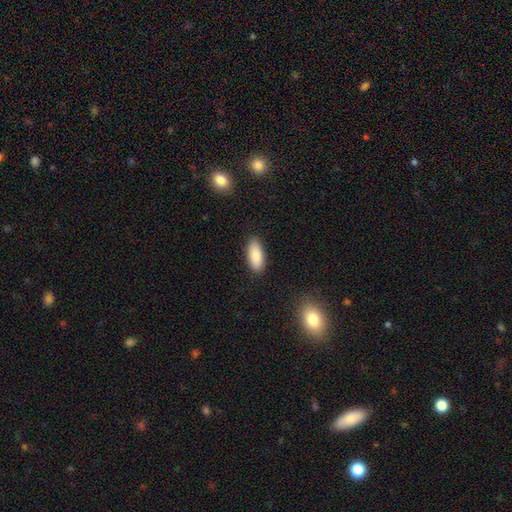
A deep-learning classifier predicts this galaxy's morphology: Overall: smooth (86%). How rounded: in between (83%). Merging: none (88%).